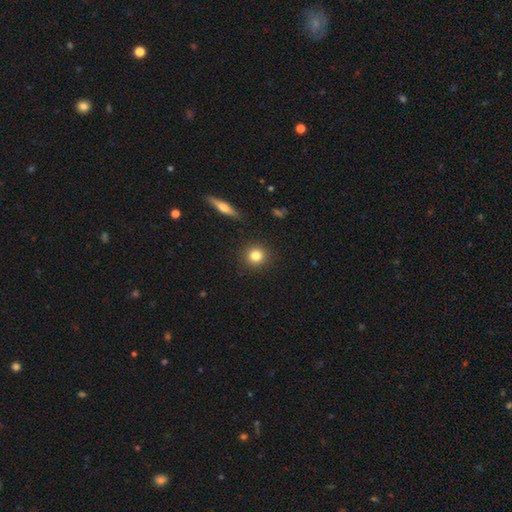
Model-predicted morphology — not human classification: Smooth or featured? smooth (82%)
How rounded? round (92%)
Merging? none (91%)